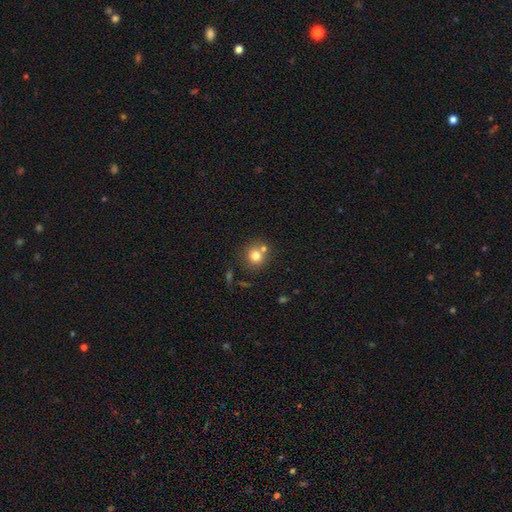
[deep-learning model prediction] Q: Smooth or featured?
A: smooth (78%); runner-up: star or artifact (12%)
Q: How rounded?
A: round (88%); runner-up: in between (11%)
Q: Merging?
A: none (64%); runner-up: merger (23%)